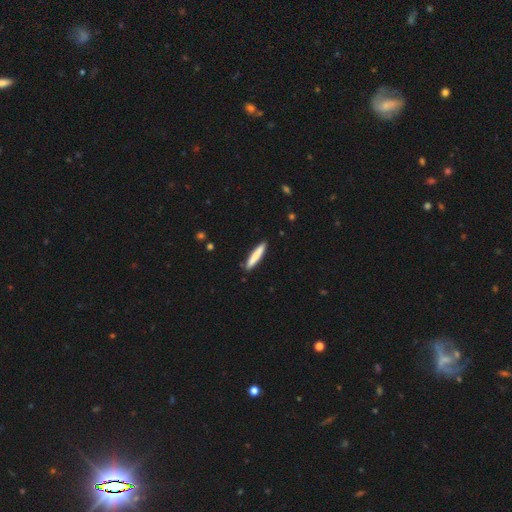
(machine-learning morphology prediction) A smooth galaxy with no disk features (79%) that is cigar-shaped (93%). Merging: none (90%).